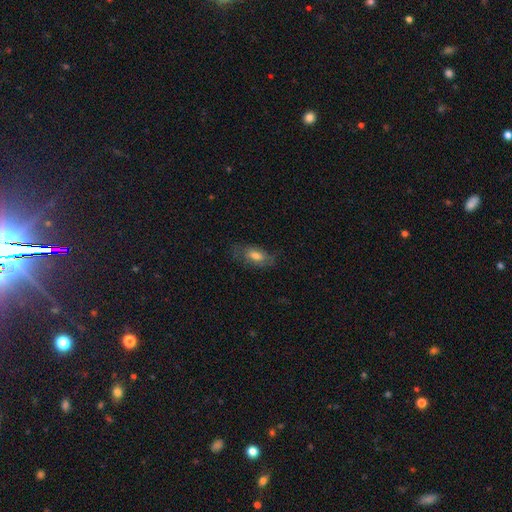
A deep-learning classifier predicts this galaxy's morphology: The model was most divided on "smooth or featured": smooth: 65%, featured or disk: 27%, star or artifact: 8%. More confident: how rounded — in between (85%); merging — none (64%).